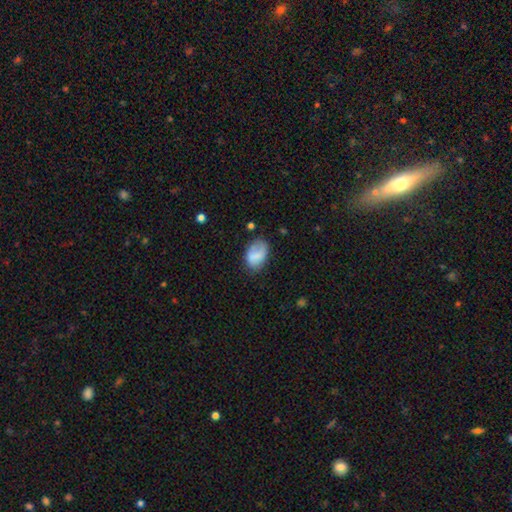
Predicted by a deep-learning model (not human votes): The model was most divided on "merging": none: 57%, minor disturbance: 29%, major disturbance: 11%, merger: 3%. More confident: how rounded — in between (85%); smooth or featured — smooth (78%).